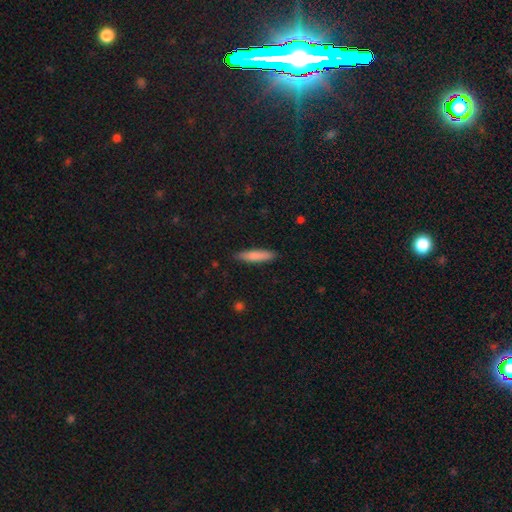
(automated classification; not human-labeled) smooth_or_featured: smooth (p=0.80) [alt: featured or disk p=0.14]
how_rounded: cigar-shaped (p=0.82) [alt: in between p=0.17]
merging: none (p=0.88) [alt: minor disturbance p=0.09]